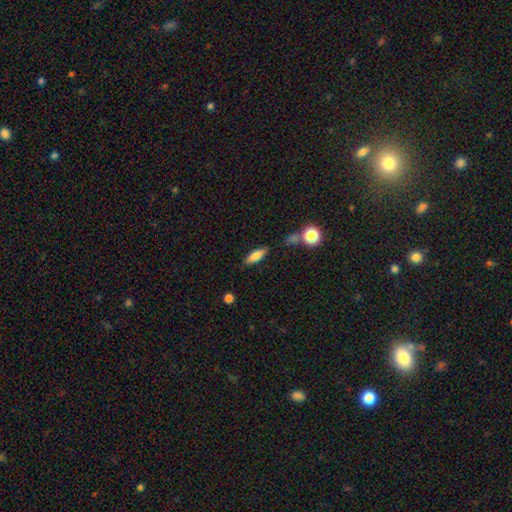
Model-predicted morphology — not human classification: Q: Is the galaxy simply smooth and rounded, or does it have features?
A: smooth — 74%.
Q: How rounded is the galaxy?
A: in between — 59%.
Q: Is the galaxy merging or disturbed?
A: none — 79%.